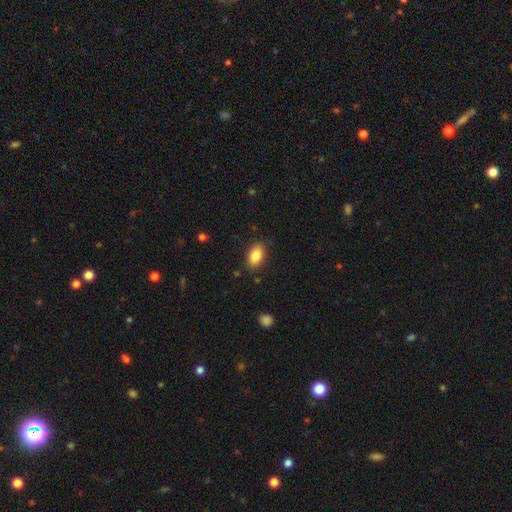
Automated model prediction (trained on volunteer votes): Morphology: type=smooth (85%); roundness=in between (91%); merging=none (85%).